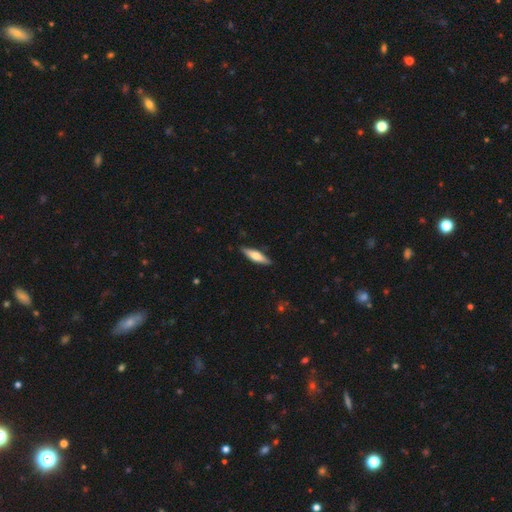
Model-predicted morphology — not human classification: Overall: smooth (58%; featured or disk 37%). How rounded: cigar-shaped (66%; in between 32%). Merging: none (87%).